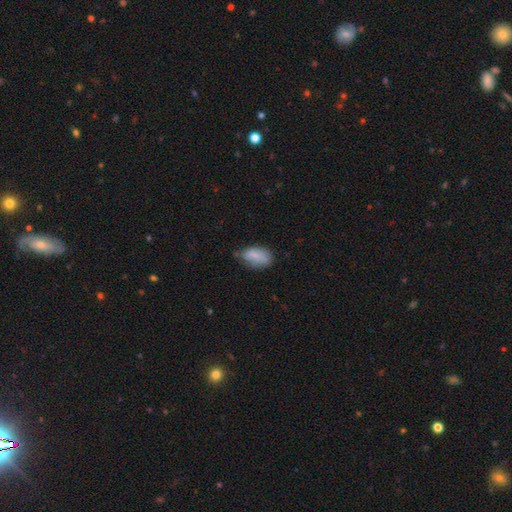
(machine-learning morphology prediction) Overall: smooth (81%). How rounded: in between (91%). Merging: none (51%; minor disturbance 35%).